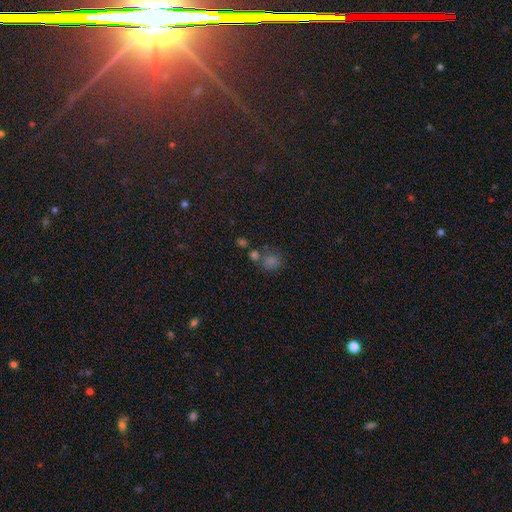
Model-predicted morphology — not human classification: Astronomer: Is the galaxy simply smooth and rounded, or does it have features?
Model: smooth — 48% (runner-up: star or artifact, 42%).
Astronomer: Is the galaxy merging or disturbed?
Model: none — 62%.